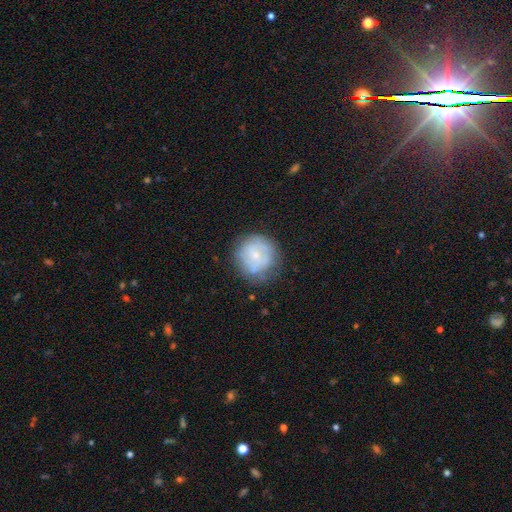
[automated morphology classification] Smooth or featured?
  - smooth: 50% *
  - featured or disk: 42%
  - star or artifact: 8%
Merging?
  - none: 64% *
  - minor disturbance: 23%
  - major disturbance: 10%
  - merger: 3%